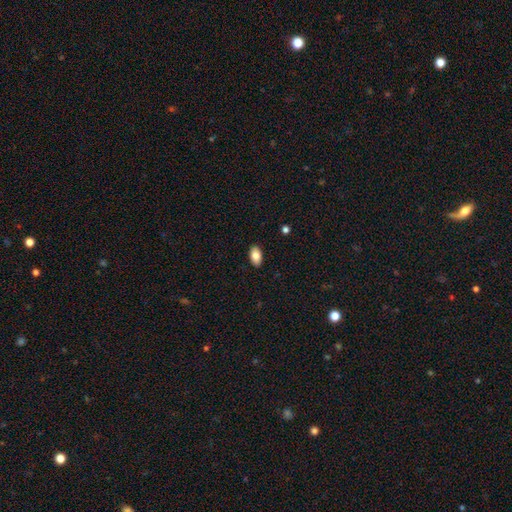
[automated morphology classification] This is clearly a smooth galaxy (85%). How rounded: clearly in between (93%). Merging: clearly none (89%).